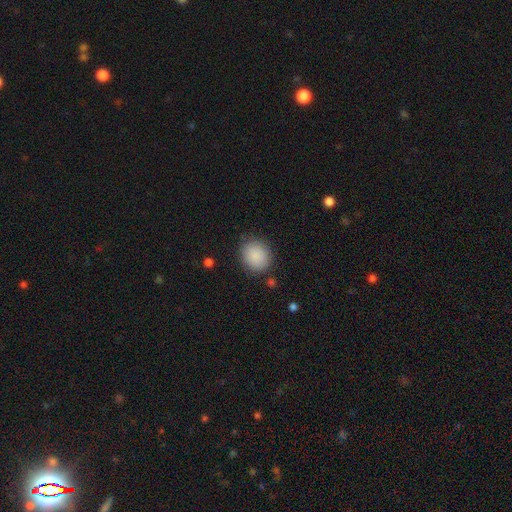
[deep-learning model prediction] Q: Smooth or featured?
A: smooth (88%); runner-up: star or artifact (8%)
Q: How rounded?
A: round (76%); runner-up: in between (23%)
Q: Merging?
A: none (85%); runner-up: minor disturbance (10%)